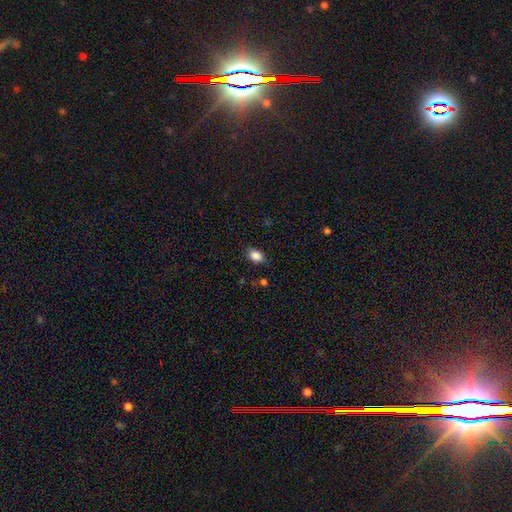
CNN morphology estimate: Smooth or featured? smooth (87%)
How rounded? in between (83%)
Merging? none (82%)